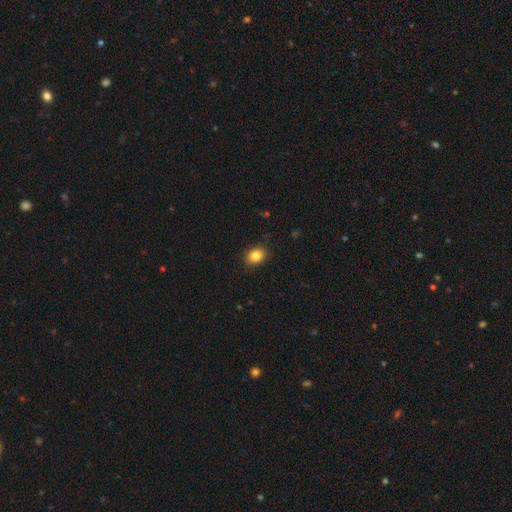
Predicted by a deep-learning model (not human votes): Smooth or featured: smooth — 84% (star or artifact — 9%)
How rounded: in between — 59% (round — 40%)
Merging: none — 87% (minor disturbance — 10%)